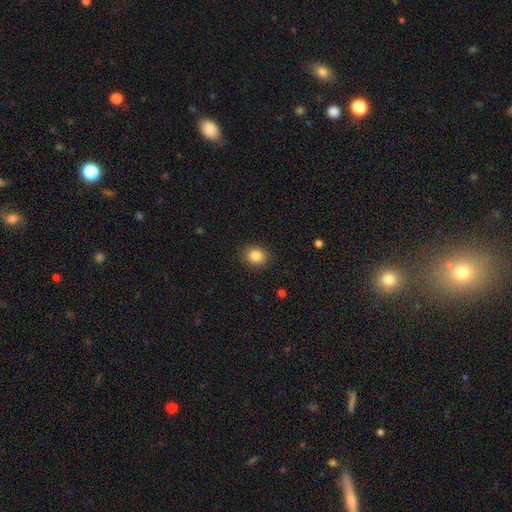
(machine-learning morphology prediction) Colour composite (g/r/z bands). It shows a smooth galaxy with no disk features (85%) that is round (64%). Merging: none (89%).